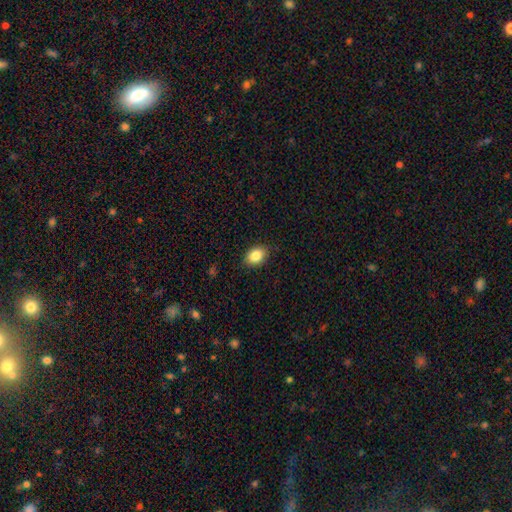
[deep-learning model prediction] smooth-or-featured: smooth: 86% | star or artifact: 8% | featured or disk: 6%
  how-rounded: in between: 73% | round: 26% | cigar-shaped: 1%
  merging: none: 87% | minor disturbance: 10% | major disturbance: 2% | merger: 1%